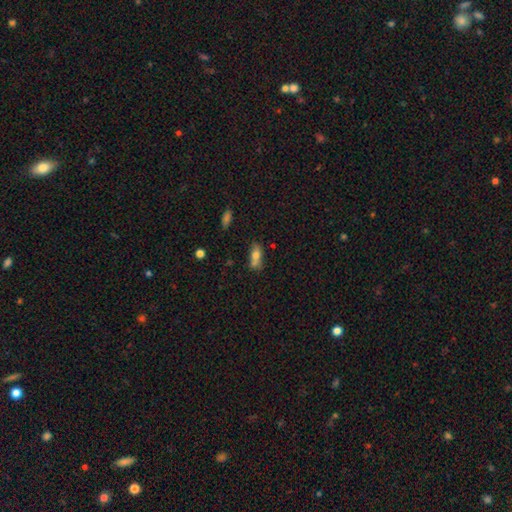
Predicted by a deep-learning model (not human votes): The model was most divided on "merging": none: 41%, merger: 34%, minor disturbance: 18%, major disturbance: 7%. More confident: how rounded — in between (74%); smooth or featured — smooth (68%).